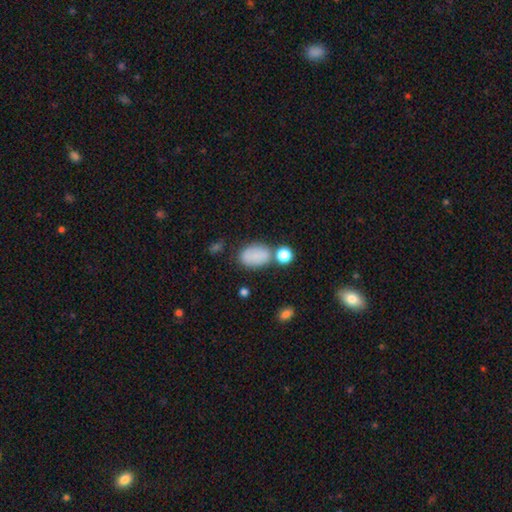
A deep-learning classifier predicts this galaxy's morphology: Overall: smooth (79%). How rounded: in between (86%). Merging: none (62%).